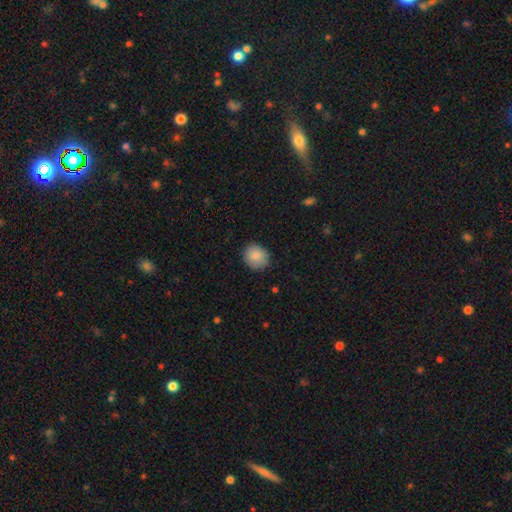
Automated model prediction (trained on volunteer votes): The model was most divided on "how rounded": round: 75%, in between: 24%, cigar-shaped: 1%. More confident: smooth or featured — smooth (87%); merging — none (85%).